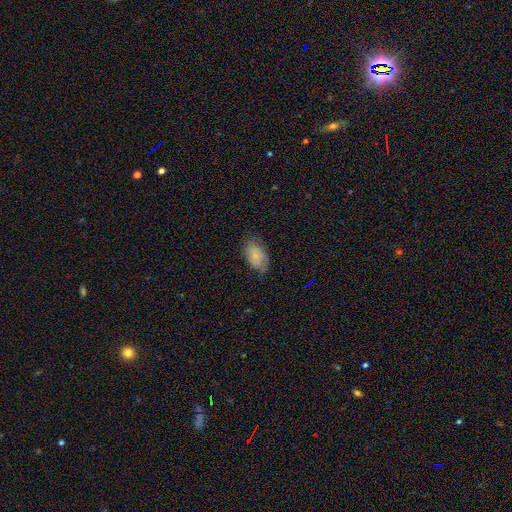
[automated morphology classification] Overall: smooth (72%). How rounded: in between (91%). Merging: none (70%).